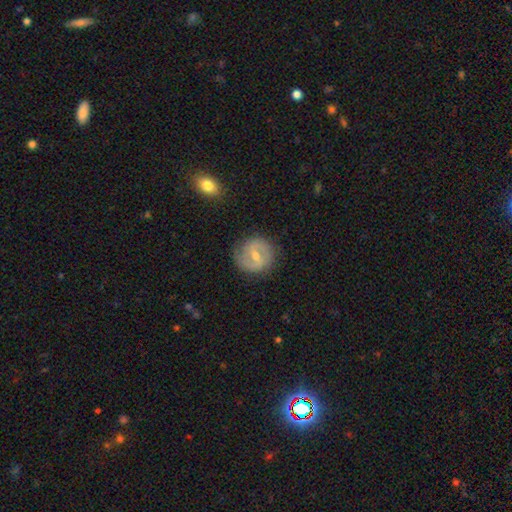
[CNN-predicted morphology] Smooth or featured?
  - featured or disk: 65% *
  - smooth: 28%
  - star or artifact: 6%
Edge-on disk?
  - no: 97% *
  - yes: 3%
Bar?
  - weak: 54% *
  - strong: 26%
  - no: 20%
Spiral arms?
  - yes: 77% *
  - no: 23%
Bulge size?
  - moderate: 56% *
  - small: 39%
  - large: 2%
  - none: 2%
  - dominant: 1%
Merging?
  - none: 81% *
  - minor disturbance: 13%
  - major disturbance: 4%
  - merger: 1%